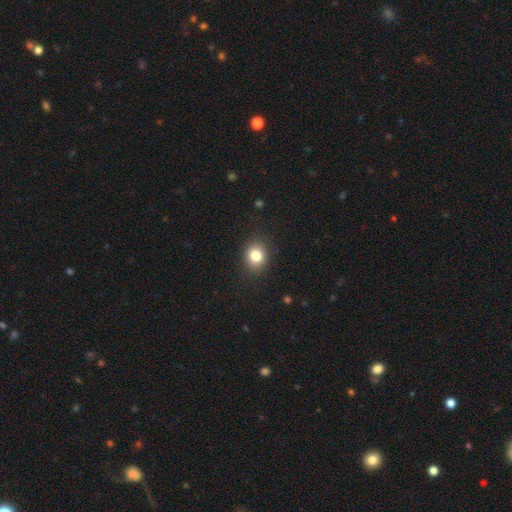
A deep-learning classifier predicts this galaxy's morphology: This appears to be a smooth galaxy with no disk features (82%) that is round (64%). Merging: none (87%).